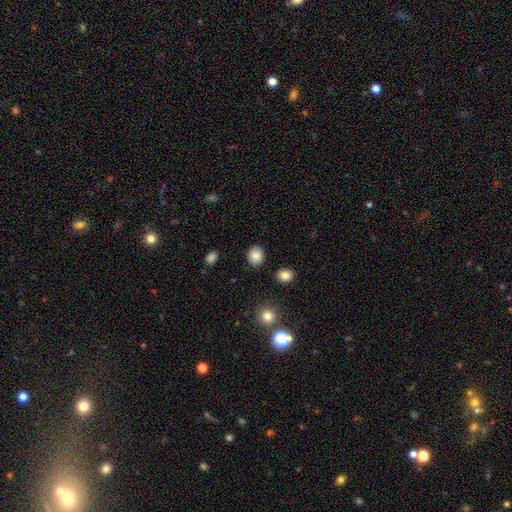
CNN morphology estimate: smooth_or_featured: smooth (p=0.86) [alt: star or artifact p=0.09]
how_rounded: round (p=0.72) [alt: in between p=0.27]
merging: none (p=0.88) [alt: minor disturbance p=0.08]